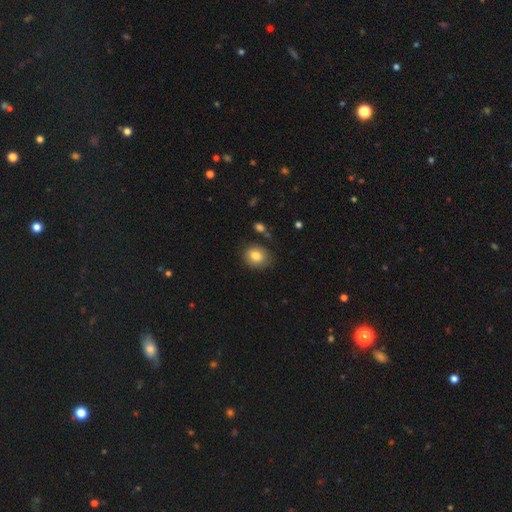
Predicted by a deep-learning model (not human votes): Smooth or featured?
  - smooth: 82% *
  - star or artifact: 9%
  - featured or disk: 9%
How rounded?
  - round: 67% *
  - in between: 32%
  - cigar-shaped: 1%
Merging?
  - none: 80% *
  - minor disturbance: 13%
  - major disturbance: 3%
  - merger: 3%